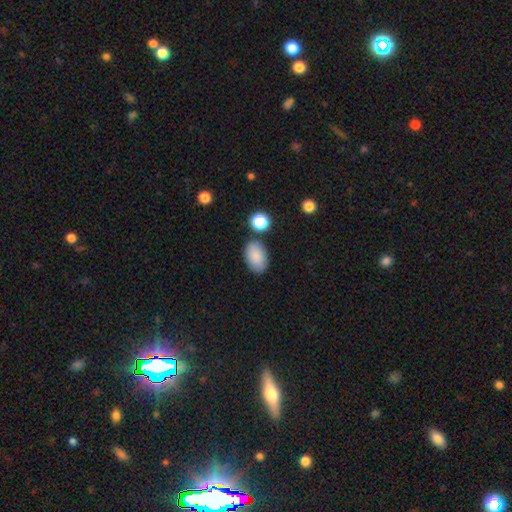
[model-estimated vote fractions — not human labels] smooth-or-featured: smooth: 87% | star or artifact: 7% | featured or disk: 6%
  how-rounded: in between: 91% | round: 7% | cigar-shaped: 1%
  merging: none: 78% | minor disturbance: 13% | merger: 7% | major disturbance: 3%